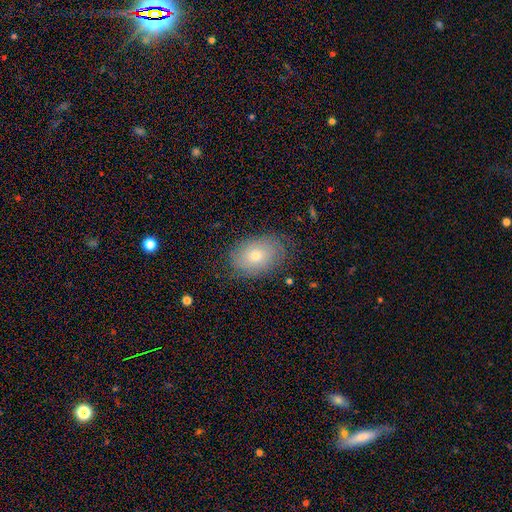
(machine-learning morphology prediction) Smooth or featured: smooth — 58% (featured or disk — 32%)
How rounded: in between — 82% (round — 17%)
Merging: none — 77% (minor disturbance — 17%)